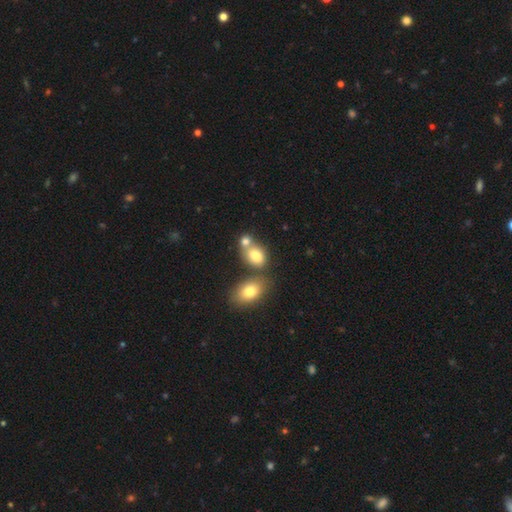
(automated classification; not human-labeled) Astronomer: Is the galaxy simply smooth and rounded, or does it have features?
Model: smooth — 79%.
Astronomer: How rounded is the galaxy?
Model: in between — 72%.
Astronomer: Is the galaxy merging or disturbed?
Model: merger — 47% (runner-up: none, 38%).